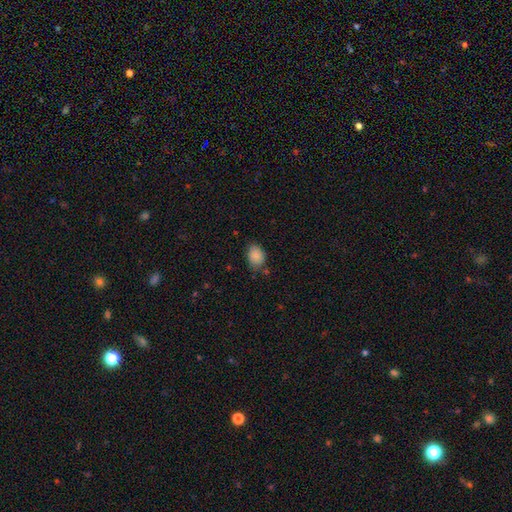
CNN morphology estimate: smooth 87%, star or artifact 8%, featured or disk 5%. Down the decision tree: how rounded — in between (70%); merging — none (72%).